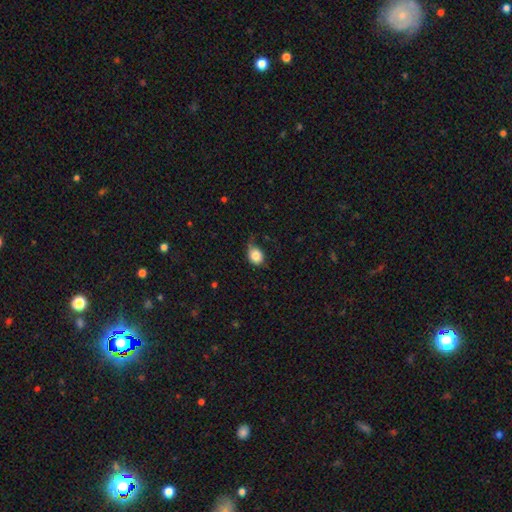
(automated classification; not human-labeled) Morphology: type=smooth (82%); roundness=round (53%); merging=none (50%).